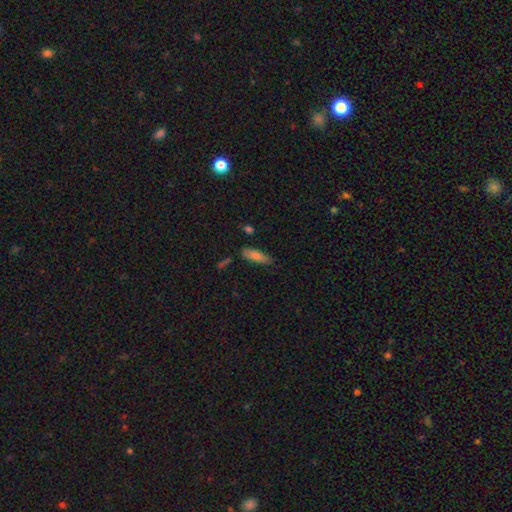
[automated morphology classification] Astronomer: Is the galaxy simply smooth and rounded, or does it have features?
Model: smooth — 75%.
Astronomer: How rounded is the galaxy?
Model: in between — 57% (runner-up: cigar-shaped, 40%).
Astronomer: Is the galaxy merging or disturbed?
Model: none — 77%.